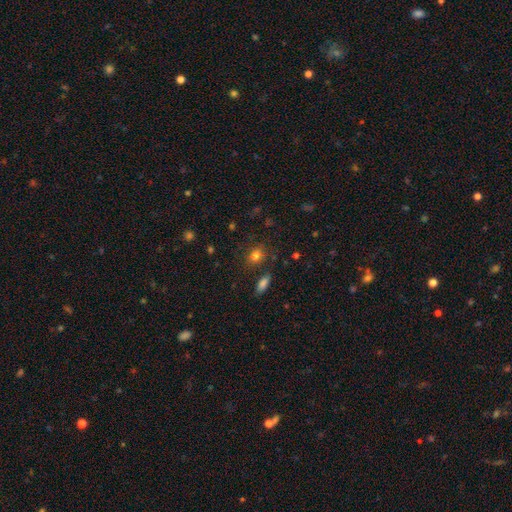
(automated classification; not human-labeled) The model was most divided on "how rounded": in between: 52%, round: 46%, cigar-shaped: 2%. More confident: smooth or featured — smooth (80%); merging — none (77%).